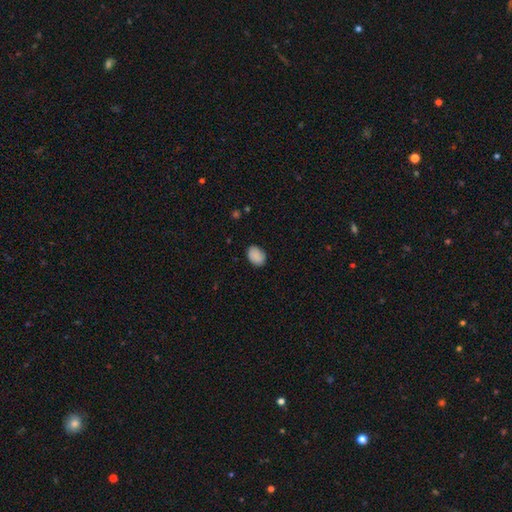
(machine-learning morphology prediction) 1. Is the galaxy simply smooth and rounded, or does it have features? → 89% smooth, 7% star or artifact, 4% featured or disk.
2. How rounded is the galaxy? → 80% in between, 19% round, 1% cigar-shaped.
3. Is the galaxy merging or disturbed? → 83% none, 13% minor disturbance, 3% major disturbance, 1% merger.